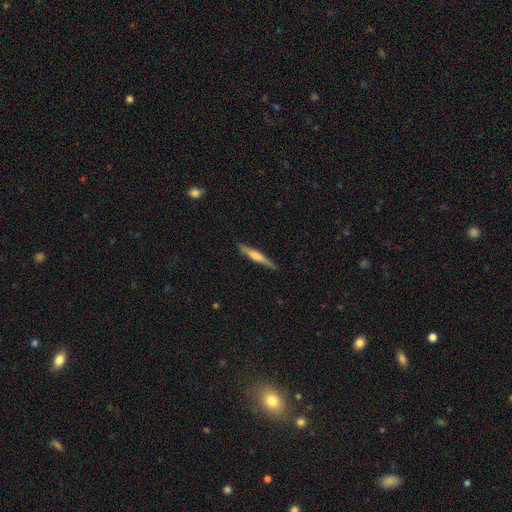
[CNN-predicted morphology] A featured or disk galaxy (63%) viewed edge-on (97%) with a rounded central bulge (70%). Merging: none (89%).